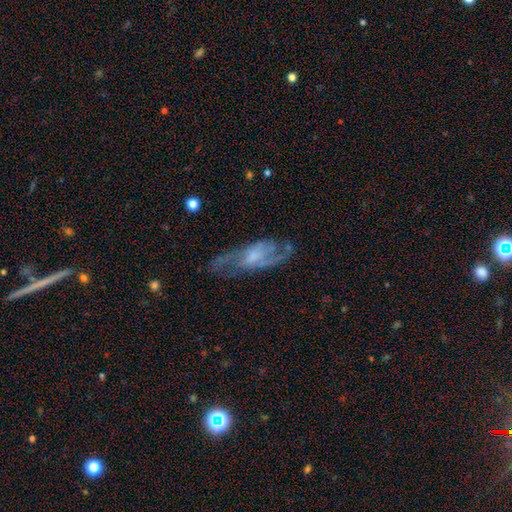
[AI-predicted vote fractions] Smooth or featured? Predicted: featured or disk (p=0.75). Edge-on disk? Predicted: no (p=0.84). Bar? Predicted: no (p=0.52). Spiral arms? Predicted: yes (p=0.84). Spiral winding? Predicted: medium (p=0.47). Spiral arm count? Predicted: 2 (p=0.57). Bulge size? Predicted: small (p=0.43). Merging? Predicted: none (p=0.63).